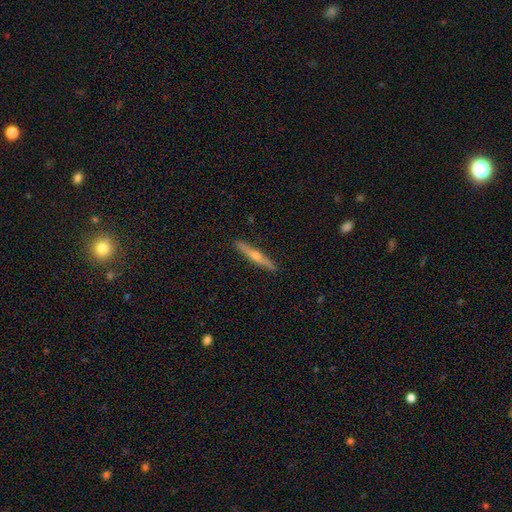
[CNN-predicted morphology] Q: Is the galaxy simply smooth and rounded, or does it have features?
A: featured or disk — 71%.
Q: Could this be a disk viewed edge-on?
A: yes — 97%.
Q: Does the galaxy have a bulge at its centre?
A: rounded — 91%.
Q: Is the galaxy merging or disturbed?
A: none — 91%.